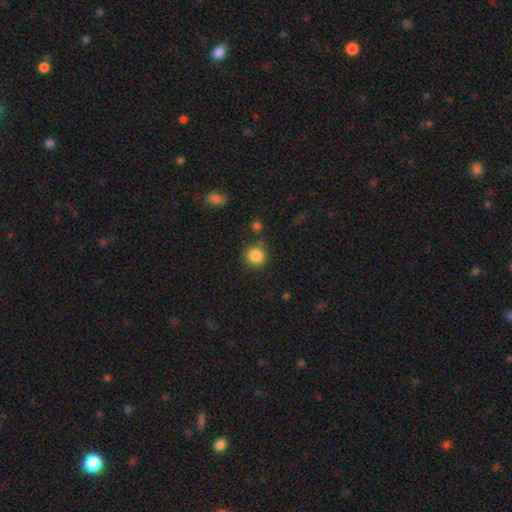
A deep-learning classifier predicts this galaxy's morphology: type=smooth (86%); roundness=round (91%); merging=none (77%).